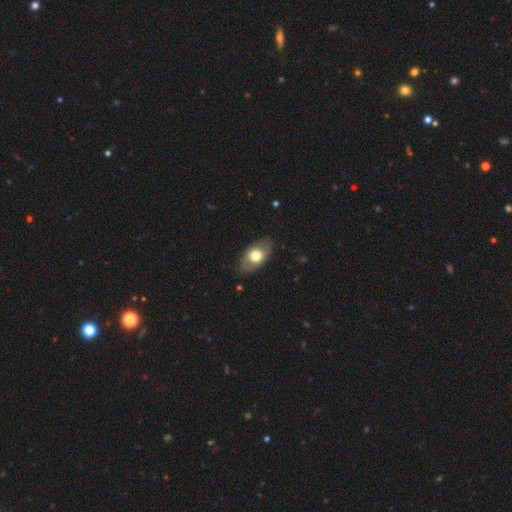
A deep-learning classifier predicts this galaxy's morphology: Smooth or featured? Predicted: smooth (p=0.65). How rounded? Predicted: in between (p=0.89). Merging? Predicted: none (p=0.81).